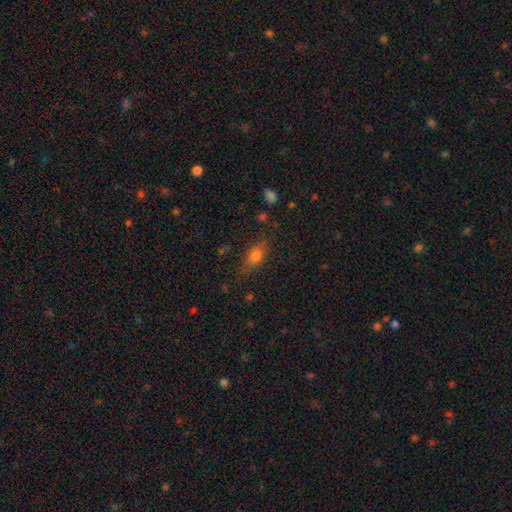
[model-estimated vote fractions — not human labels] A smooth galaxy with no disk features (74%) that is in between round and cigar-shaped (75%).

Vote fractions:
- Smooth or featured? smooth: 74% / featured or disk: 14% / star or artifact: 12%
- How rounded? in between: 75% / round: 14% / cigar-shaped: 11%
- Merging? none: 74% / minor disturbance: 18% / major disturbance: 6% / merger: 2%